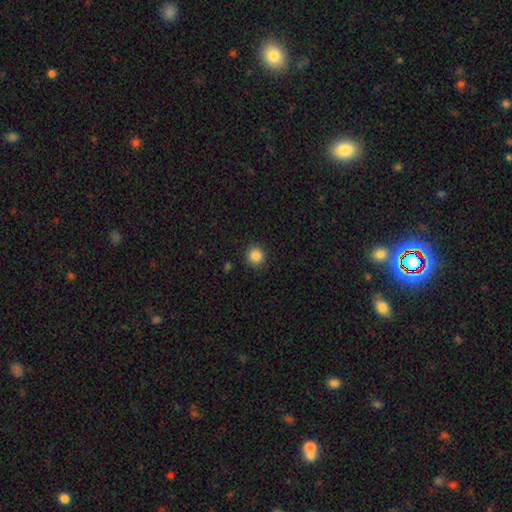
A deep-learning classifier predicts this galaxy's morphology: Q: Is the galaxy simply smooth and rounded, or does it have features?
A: smooth — 86%.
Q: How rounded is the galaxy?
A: round — 93%.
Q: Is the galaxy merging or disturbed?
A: none — 91%.